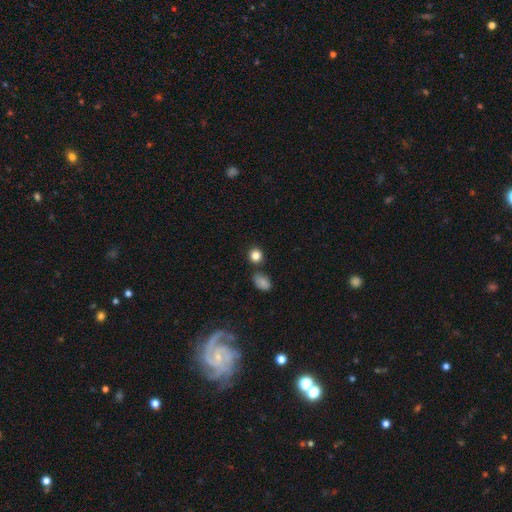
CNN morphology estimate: smooth 83%, star or artifact 12%, featured or disk 5%. Down the decision tree: how rounded — round (82%); merging — none (76%).